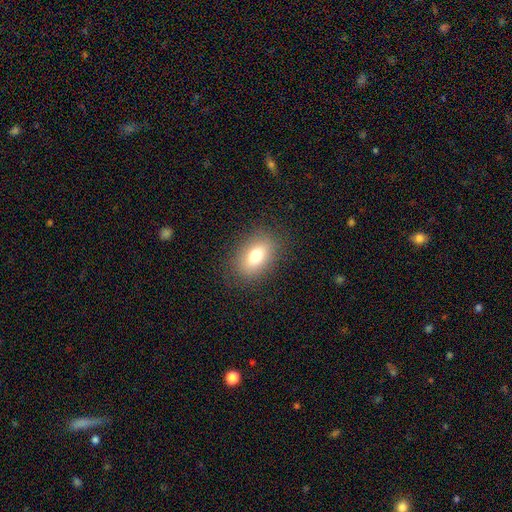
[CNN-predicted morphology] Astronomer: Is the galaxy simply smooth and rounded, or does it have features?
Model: smooth — 75%.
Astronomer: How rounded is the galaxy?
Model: in between — 81%.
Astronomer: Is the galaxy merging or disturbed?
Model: none — 86%.